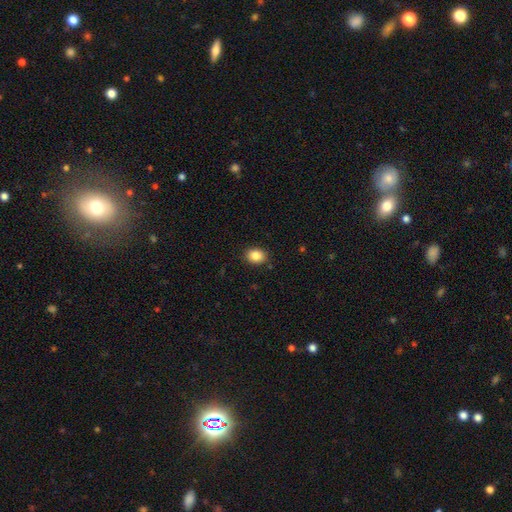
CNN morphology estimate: type=smooth (85%); roundness=in between (57%); merging=none (89%).